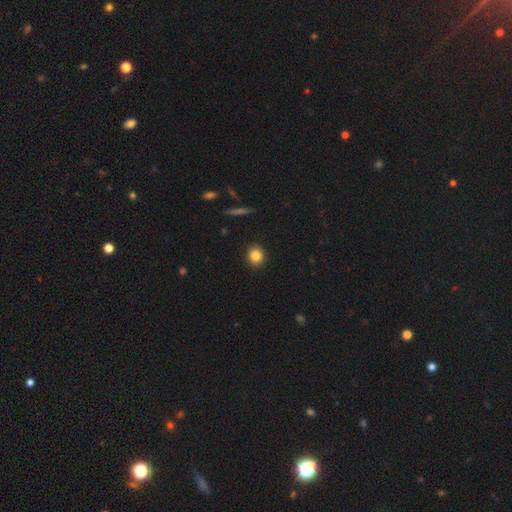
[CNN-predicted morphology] smooth_or_featured: smooth (p=0.84) [alt: star or artifact p=0.10]
how_rounded: round (p=0.88) [alt: in between p=0.11]
merging: none (p=0.92) [alt: minor disturbance p=0.05]